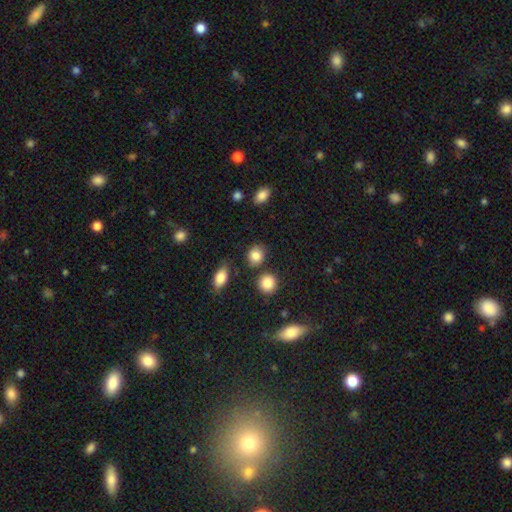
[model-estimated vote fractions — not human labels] Smooth or featured?
  - smooth: 84% *
  - star or artifact: 10%
  - featured or disk: 6%
How rounded?
  - round: 64% *
  - in between: 34%
  - cigar-shaped: 1%
Merging?
  - none: 75% *
  - minor disturbance: 15%
  - merger: 7%
  - major disturbance: 4%